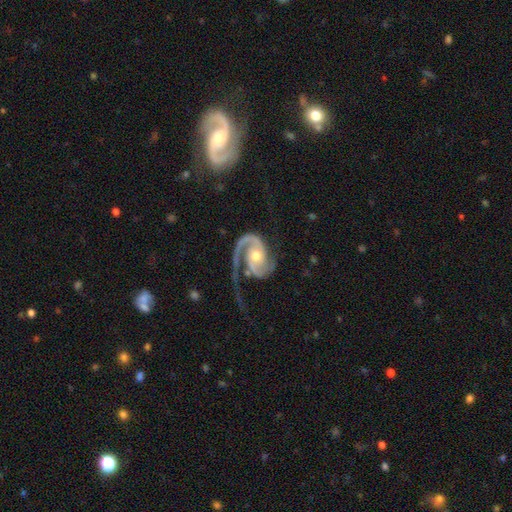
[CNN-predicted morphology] Overall: featured or disk (93%). Edge-on disk: no (98%). Bar: no (61%; weak 27%). Spiral arms: yes (98%). Spiral arm count: 2 (75%). Spiral winding: medium (50%; tight 27%). Bulge size: moderate (73%). Merging: none (48%; major disturbance 31%).